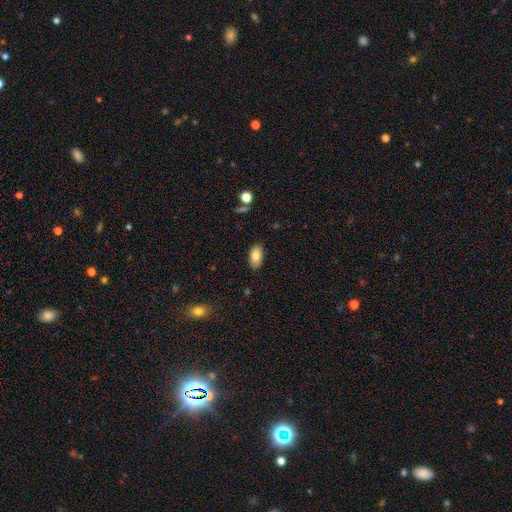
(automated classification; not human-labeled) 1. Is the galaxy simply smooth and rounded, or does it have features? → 81% smooth, 12% featured or disk, 8% star or artifact.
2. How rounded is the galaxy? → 93% in between, 4% round, 3% cigar-shaped.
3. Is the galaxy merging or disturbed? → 86% none, 11% minor disturbance, 2% major disturbance, 1% merger.